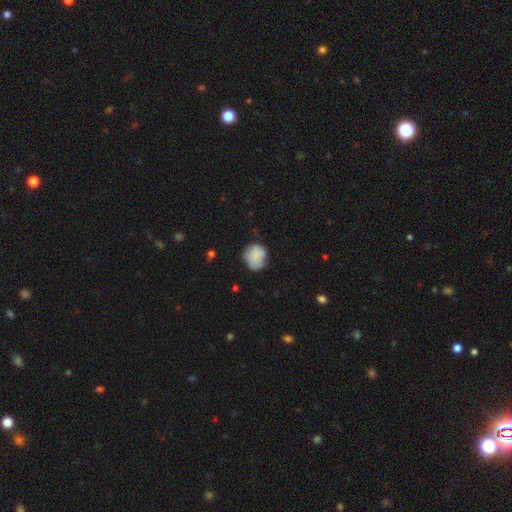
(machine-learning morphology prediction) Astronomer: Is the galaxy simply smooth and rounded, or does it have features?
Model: smooth — 76%.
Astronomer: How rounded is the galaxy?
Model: round — 72%.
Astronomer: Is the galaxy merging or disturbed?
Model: none — 61%.